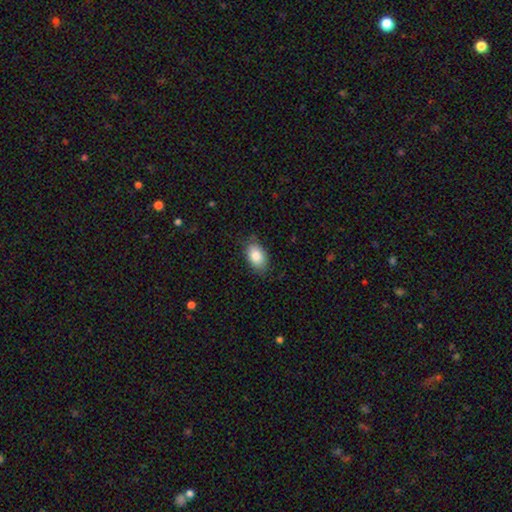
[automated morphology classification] Smooth or featured?
  - smooth: 85% *
  - featured or disk: 9%
  - star or artifact: 7%
How rounded?
  - in between: 91% *
  - round: 8%
  - cigar-shaped: 1%
Merging?
  - none: 78% *
  - minor disturbance: 17%
  - major disturbance: 3%
  - merger: 1%